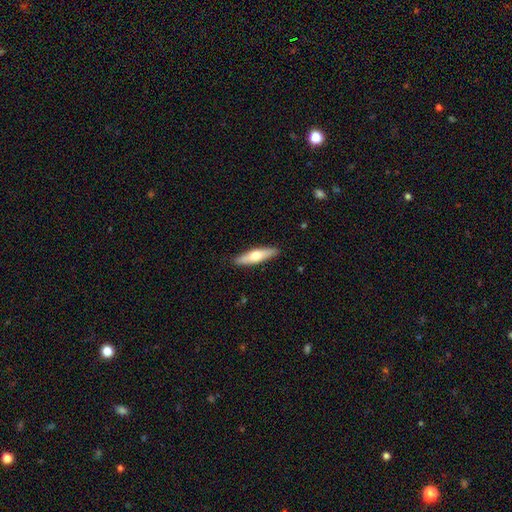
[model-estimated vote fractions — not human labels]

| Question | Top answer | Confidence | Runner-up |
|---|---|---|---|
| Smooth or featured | smooth | 52% | featured or disk (43%) |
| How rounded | cigar-shaped | 70% | in between (28%) |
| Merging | none | 90% | minor disturbance (8%) |